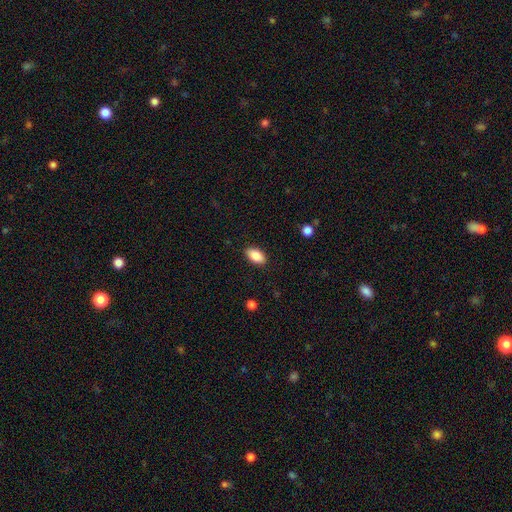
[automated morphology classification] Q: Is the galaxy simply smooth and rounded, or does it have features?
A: smooth — 88%.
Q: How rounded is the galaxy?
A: in between — 93%.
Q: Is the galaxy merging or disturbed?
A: none — 88%.